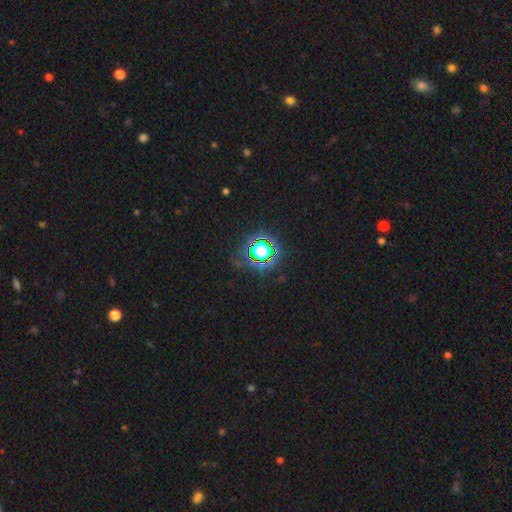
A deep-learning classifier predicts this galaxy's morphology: Smooth or featured?
  - star or artifact: 77% *
  - smooth: 15%
  - featured or disk: 8%